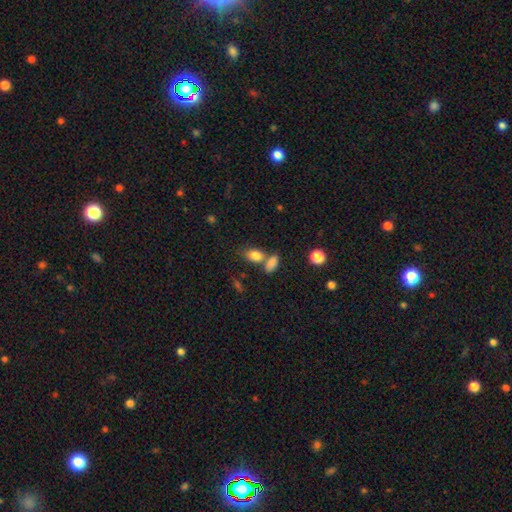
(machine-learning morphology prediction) smooth_or_featured: smooth (p=0.84) [alt: star or artifact p=0.09]
how_rounded: in between (p=0.85) [alt: round p=0.12]
merging: none (p=0.47) [alt: merger p=0.37]